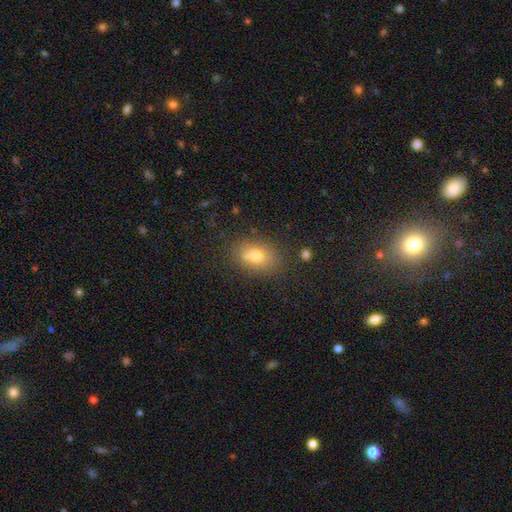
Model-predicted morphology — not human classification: A smooth galaxy with no disk features (73%) that is in between round and cigar-shaped (71%).

Vote fractions:
- Smooth or featured? smooth: 73% / featured or disk: 15% / star or artifact: 12%
- How rounded? in between: 71% / round: 28% / cigar-shaped: 1%
- Merging? none: 67% / merger: 15% / minor disturbance: 14% / major disturbance: 4%